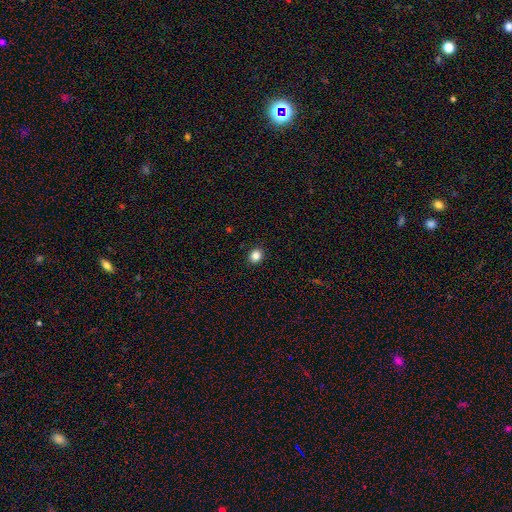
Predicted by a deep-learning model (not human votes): Smooth or featured: smooth — 85% (star or artifact — 11%)
How rounded: round — 73% (in between — 26%)
Merging: none — 92% (minor disturbance — 5%)